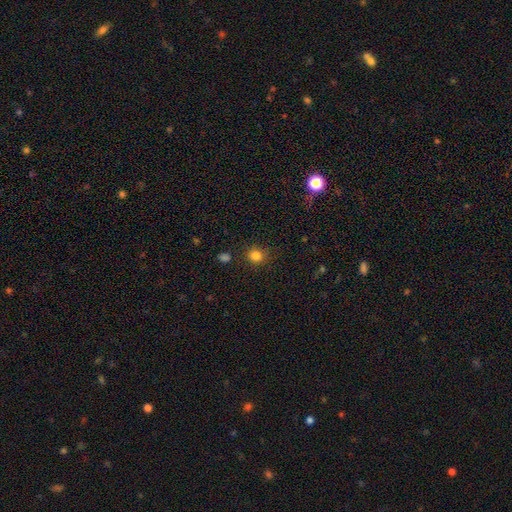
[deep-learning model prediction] smooth-or-featured: smooth: 83% | star or artifact: 13% | featured or disk: 5%
  how-rounded: round: 85% | in between: 14% | cigar-shaped: 1%
  merging: none: 85% | minor disturbance: 10% | major disturbance: 3% | merger: 2%